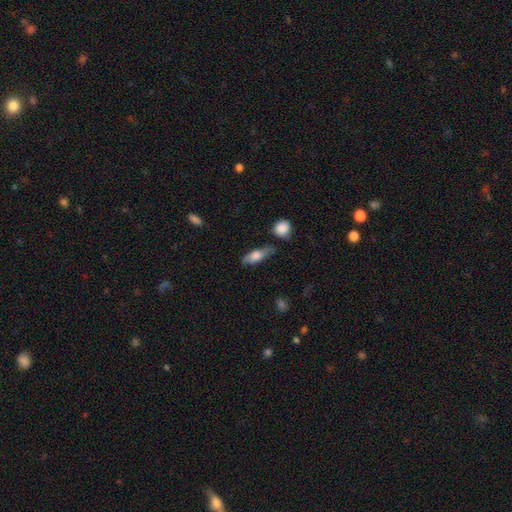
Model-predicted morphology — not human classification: smooth_or_featured: smooth (p=0.65) [alt: featured or disk p=0.29]
how_rounded: in between (p=0.60) [alt: cigar-shaped p=0.36]
merging: none (p=0.72) [alt: minor disturbance p=0.19]